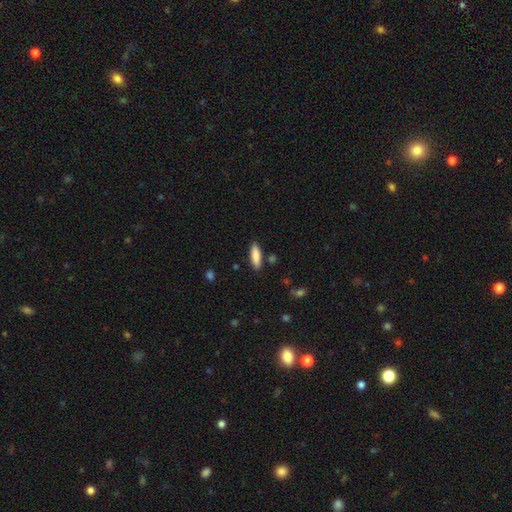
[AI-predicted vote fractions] A smooth galaxy with no disk features (87%) that is cigar-shaped (55%). Merging: none (86%).